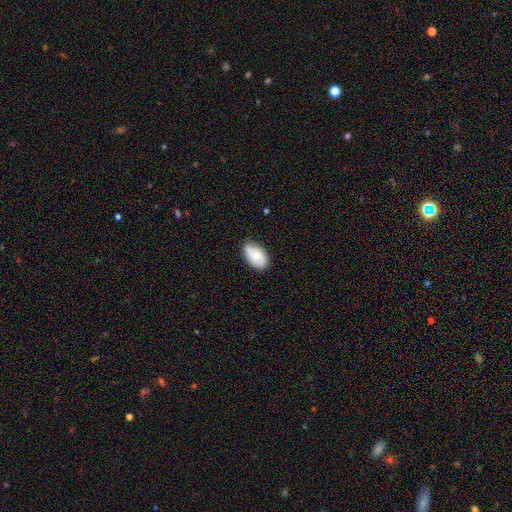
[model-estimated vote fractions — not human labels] A smooth galaxy with no disk features (54%) that is in between round and cigar-shaped (92%). Merging: none (77%).